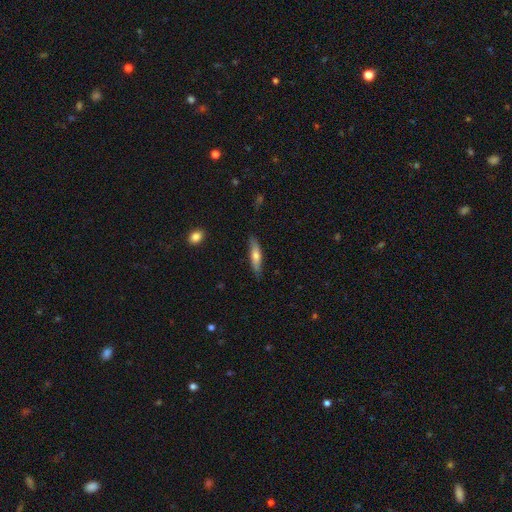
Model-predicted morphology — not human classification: Overall: smooth (61%; featured or disk 33%). How rounded: cigar-shaped (78%). Merging: none (84%).